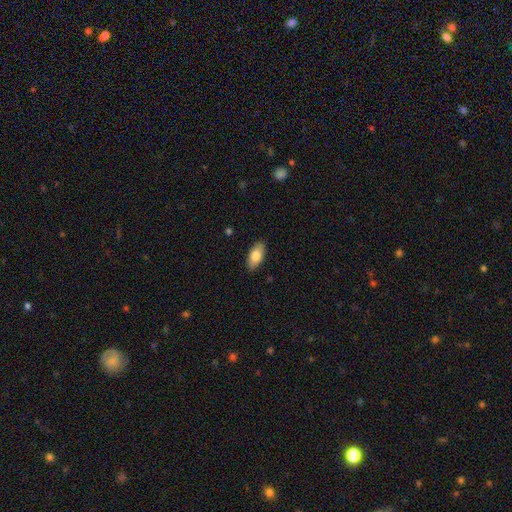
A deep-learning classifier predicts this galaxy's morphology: type=smooth (81%); roundness=in between (91%); merging=none (88%).